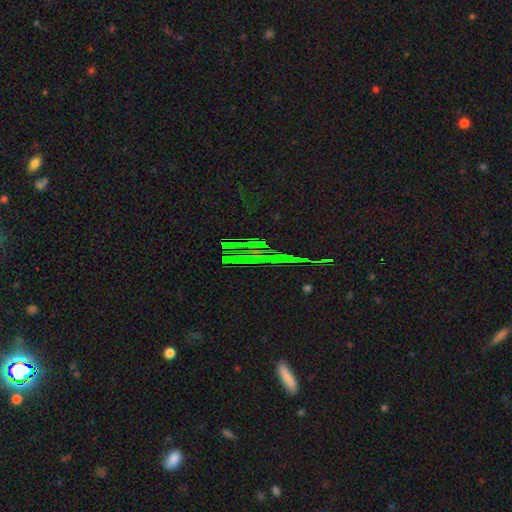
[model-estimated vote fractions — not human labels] A star or artifact, not a galaxy (66%).